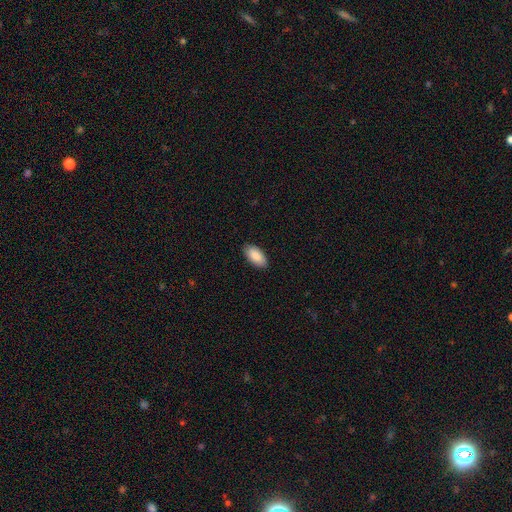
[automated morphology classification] Smooth or featured? smooth (90%)
How rounded? in between (94%)
Merging? none (89%)